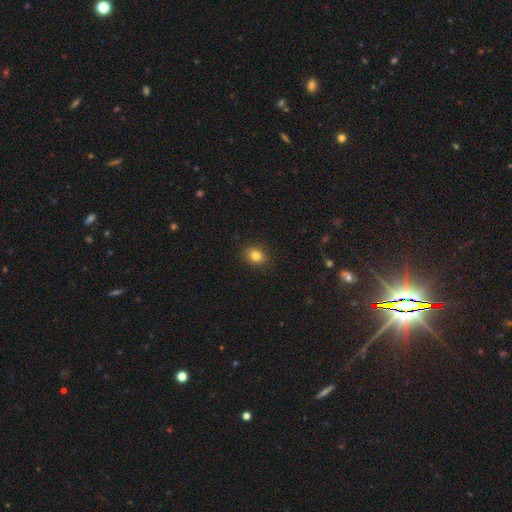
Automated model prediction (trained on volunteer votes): Smooth or featured?
  - smooth: 82% *
  - star or artifact: 12%
  - featured or disk: 7%
How rounded?
  - round: 57% *
  - in between: 42%
  - cigar-shaped: 1%
Merging?
  - none: 88% *
  - minor disturbance: 8%
  - major disturbance: 2%
  - merger: 1%